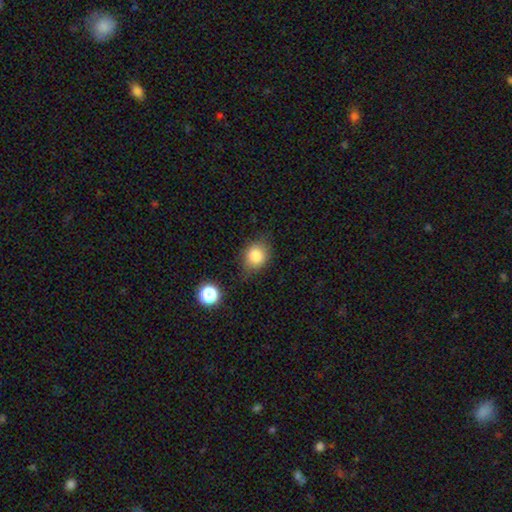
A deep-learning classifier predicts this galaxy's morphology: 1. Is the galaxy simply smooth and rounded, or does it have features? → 83% smooth, 11% star or artifact, 7% featured or disk.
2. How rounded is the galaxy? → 64% round, 35% in between, 1% cigar-shaped.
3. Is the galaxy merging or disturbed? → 71% none, 20% minor disturbance, 5% major disturbance, 3% merger.